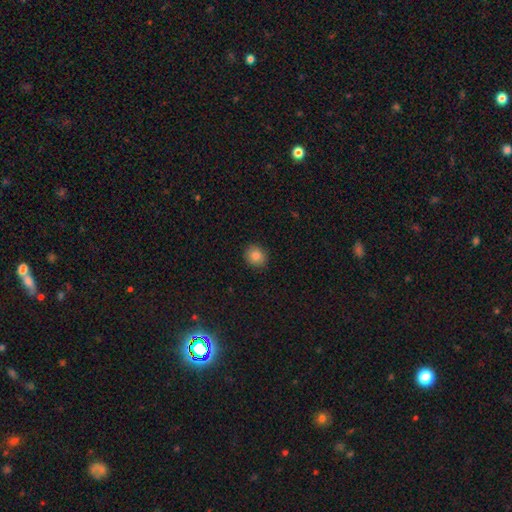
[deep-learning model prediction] Smooth or featured: smooth — 84% (star or artifact — 10%)
How rounded: round — 77% (in between — 22%)
Merging: none — 90% (minor disturbance — 7%)